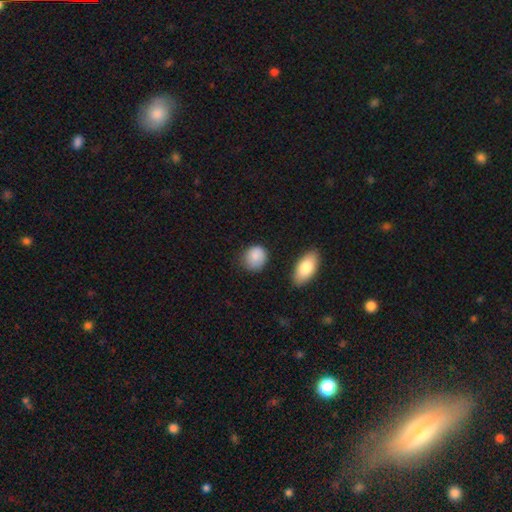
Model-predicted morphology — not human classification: This is clearly a smooth galaxy (87%). How rounded: likely round (70%). Merging: likely none (72%).